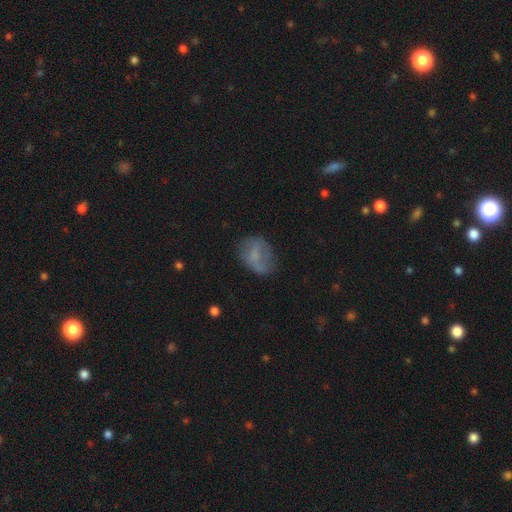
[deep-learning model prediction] Smooth or featured: smooth — 57% (featured or disk — 32%)
How rounded: in between — 68% (round — 30%)
Merging: none — 52% (minor disturbance — 28%)